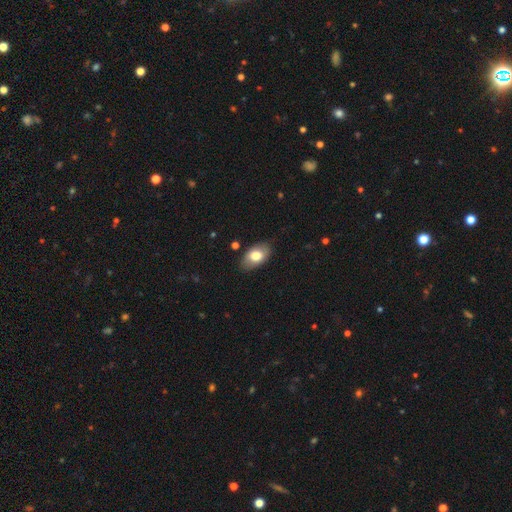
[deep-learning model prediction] A smooth galaxy with no disk features (76%) that is in between round and cigar-shaped (92%).

Vote fractions:
- Smooth or featured? smooth: 76% / featured or disk: 18% / star or artifact: 7%
- How rounded? in between: 92% / round: 7% / cigar-shaped: 1%
- Merging? none: 84% / minor disturbance: 12% / major disturbance: 2% / merger: 1%